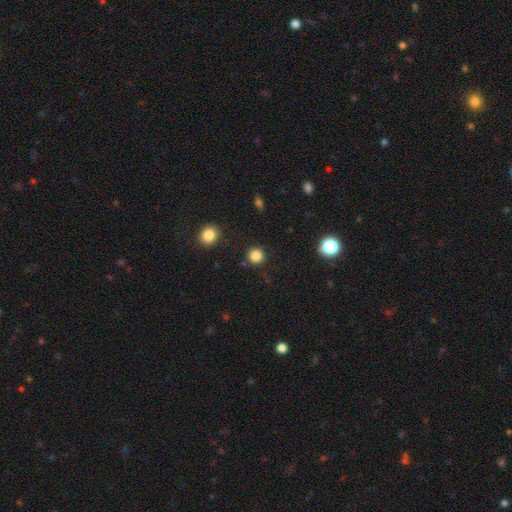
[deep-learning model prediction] Smooth or featured? Predicted: smooth (p=0.85). How rounded? Predicted: round (p=0.94). Merging? Predicted: none (p=0.90).